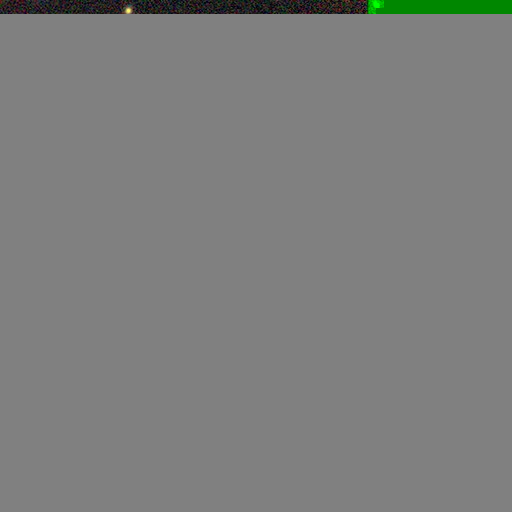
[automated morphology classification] Smooth or featured? smooth (80%)
How rounded? cigar-shaped (50%)
Merging? none (84%)